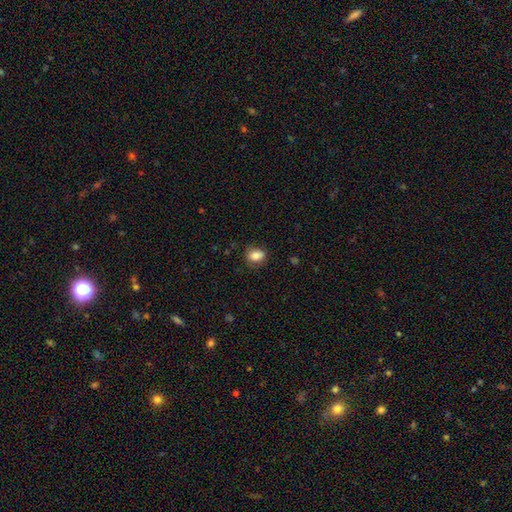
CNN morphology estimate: Smooth or featured? smooth (79%)
How rounded? in between (60%)
Merging? none (76%)